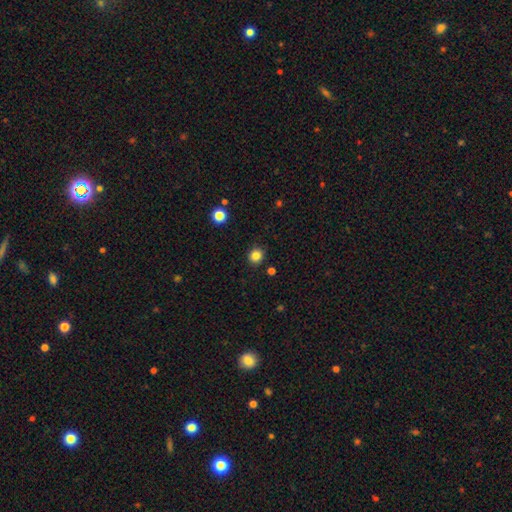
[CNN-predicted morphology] A smooth galaxy with no disk features (84%) that is round (87%). Merging: none (89%).